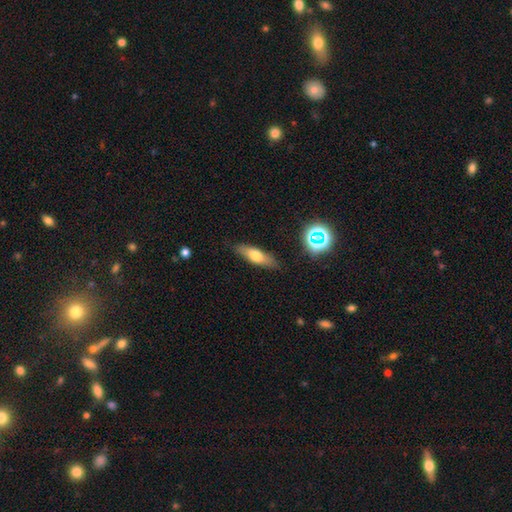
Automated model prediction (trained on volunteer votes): Smooth or featured: smooth — 60% (featured or disk — 31%)
How rounded: cigar-shaped — 52% (in between — 45%)
Merging: none — 83% (minor disturbance — 12%)